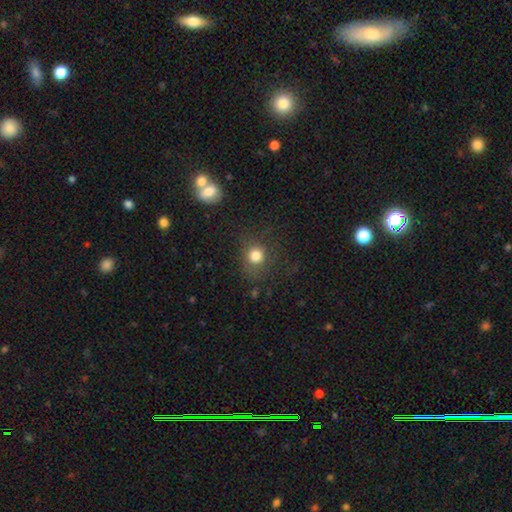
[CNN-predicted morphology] type=smooth (79%); roundness=round (84%); merging=none (76%).